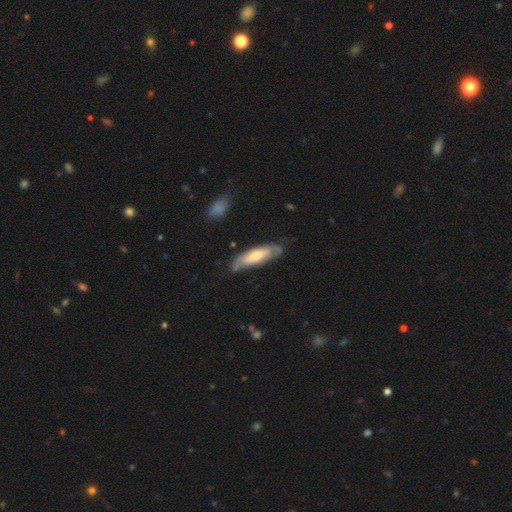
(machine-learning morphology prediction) This appears to be a smooth galaxy with no disk features (52%) that is in between round and cigar-shaped (50%). Merging: none (67%).